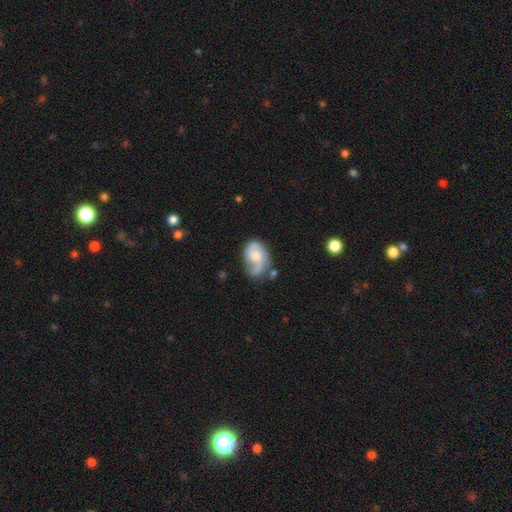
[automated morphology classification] Smooth or featured? featured or disk (66%)
Edge-on disk? no (97%)
Bar? no (66%)
Spiral arms? yes (89%)
Spiral winding? medium (43%)
Spiral arm count? 2 (68%)
Bulge size? moderate (49%)
Merging? none (46%)